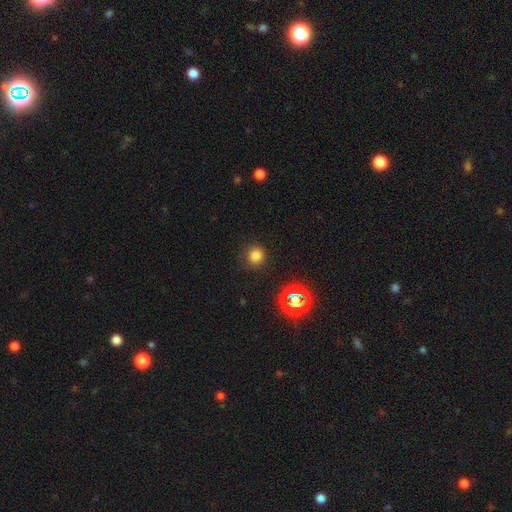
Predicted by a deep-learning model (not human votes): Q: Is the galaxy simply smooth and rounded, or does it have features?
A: smooth — 77%.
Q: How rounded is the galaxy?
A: round — 92%.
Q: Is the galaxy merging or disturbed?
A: none — 87%.